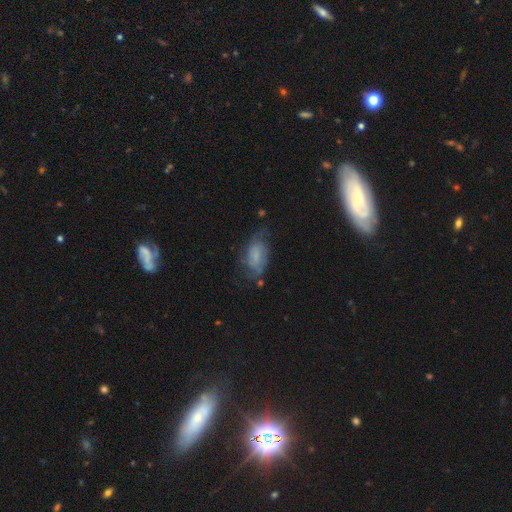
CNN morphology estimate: This appears to be a smooth galaxy with no disk features (52%) that is in between round and cigar-shaped (89%). Merging: none (47%).